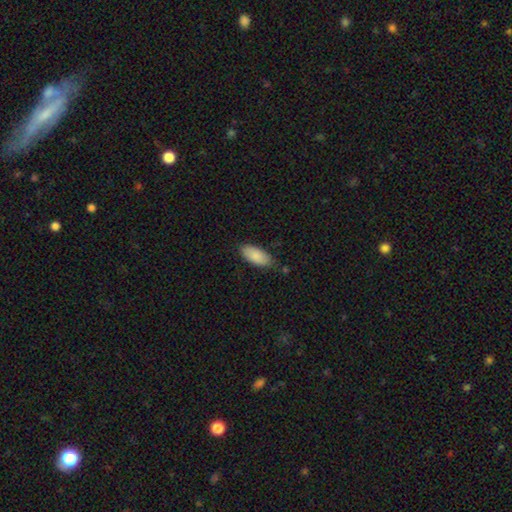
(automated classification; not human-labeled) A smooth galaxy with no disk features (87%) that is in between round and cigar-shaped (89%). Merging: none (80%).